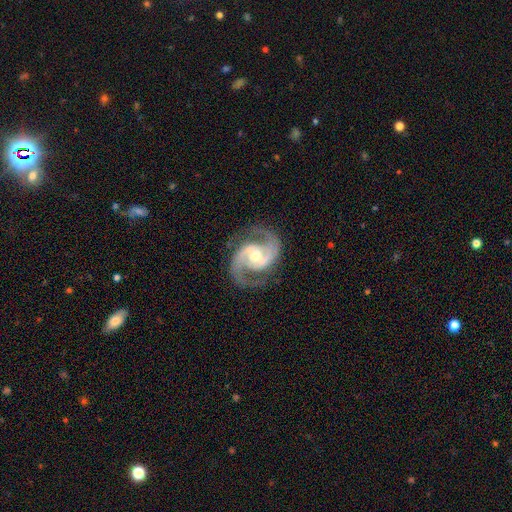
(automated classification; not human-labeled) smooth-or-featured: featured or disk: 94% | star or artifact: 4% | smooth: 3%
  disk-edge-on: no: 98% | yes: 2%
    bar: no: 44% | weak: 42% | strong: 14%
    has-spiral-arms: yes: 99% | no: 1%
      spiral-winding: medium: 64% | tight: 23% | loose: 12%
      spiral-arm-count: 2: 94% | 3: 2% | can't tell: 1% | 1: 1% | 4: 1% | more than 4: 1%
    bulge-size: moderate: 72% | small: 21% | large: 6% | none: 1% | dominant: 1%
  merging: none: 81% | minor disturbance: 13% | major disturbance: 5% | merger: 1%